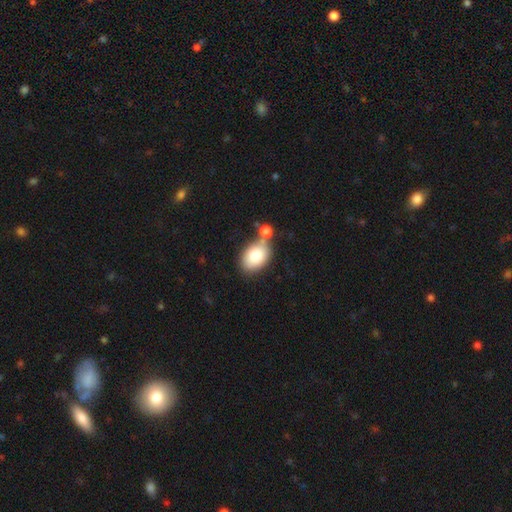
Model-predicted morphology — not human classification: smooth 82%, featured or disk 11%, star or artifact 7%. Down the decision tree: how rounded — in between (85%); merging — none (57%).